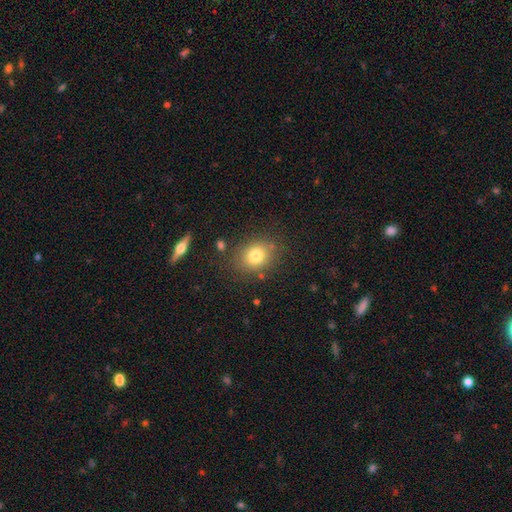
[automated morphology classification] smooth 78%, star or artifact 12%, featured or disk 10%. Down the decision tree: how rounded — round (58%); merging — none (80%).